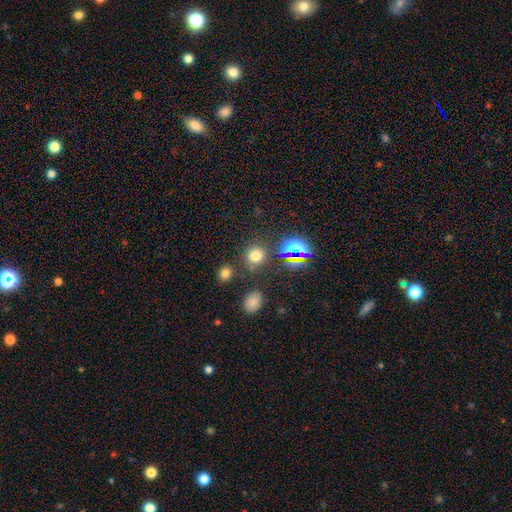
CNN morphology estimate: This appears to be a smooth galaxy with no disk features (68%) that is round (88%). Merging: none (82%).